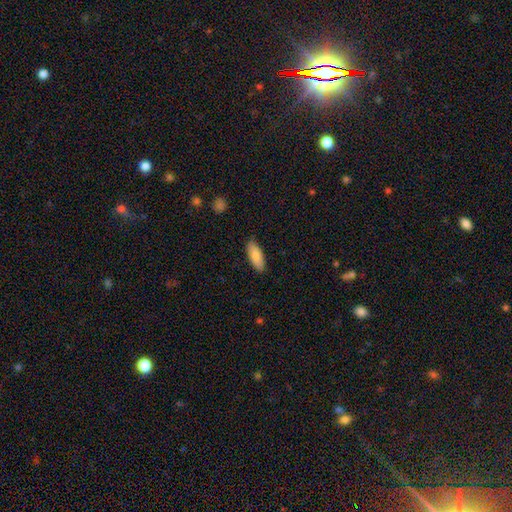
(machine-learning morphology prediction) This is clearly a smooth galaxy (86%). How rounded: likely in between (74%). Merging: clearly none (84%).